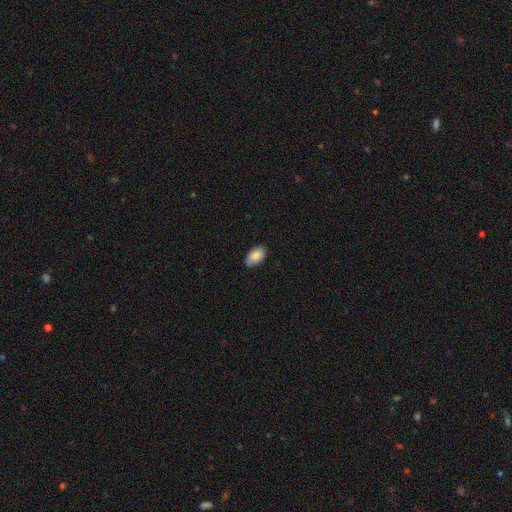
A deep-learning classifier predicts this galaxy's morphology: smooth-or-featured: smooth: 86% | featured or disk: 8% | star or artifact: 7%
  how-rounded: in between: 94% | round: 4% | cigar-shaped: 1%
  merging: none: 81% | minor disturbance: 16% | major disturbance: 2% | merger: 1%